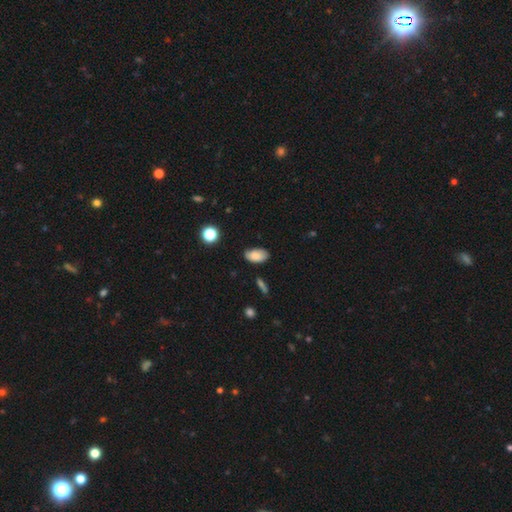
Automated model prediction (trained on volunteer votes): Smooth or featured: smooth — 82% (featured or disk — 9%)
How rounded: in between — 92% (round — 6%)
Merging: none — 69% (minor disturbance — 24%)